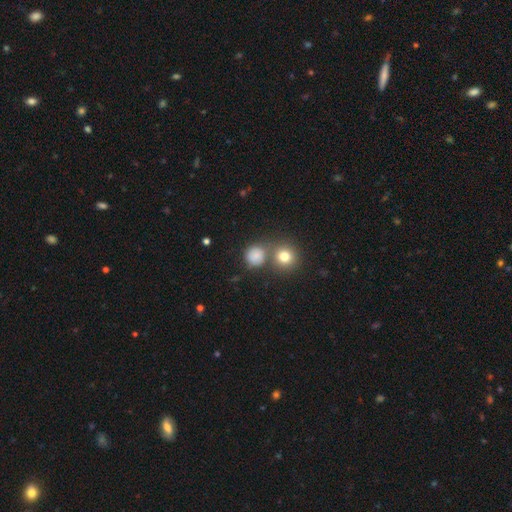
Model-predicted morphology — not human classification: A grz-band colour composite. It shows a smooth galaxy with no disk features (80%) that is round (86%). Merging: none (59%).